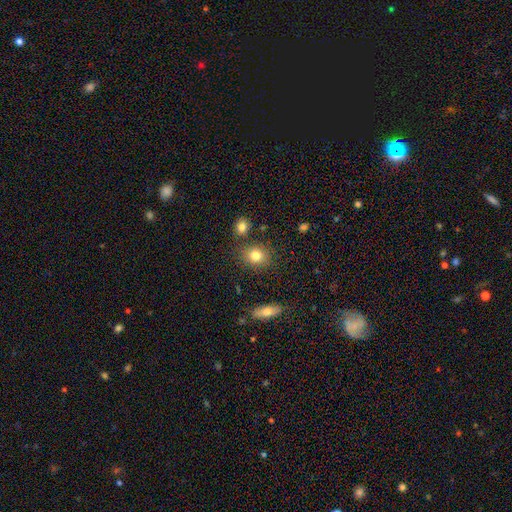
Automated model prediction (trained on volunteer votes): Q: Smooth or featured?
A: smooth (80%); runner-up: star or artifact (11%)
Q: How rounded?
A: round (62%); runner-up: in between (36%)
Q: Merging?
A: none (80%); runner-up: minor disturbance (10%)